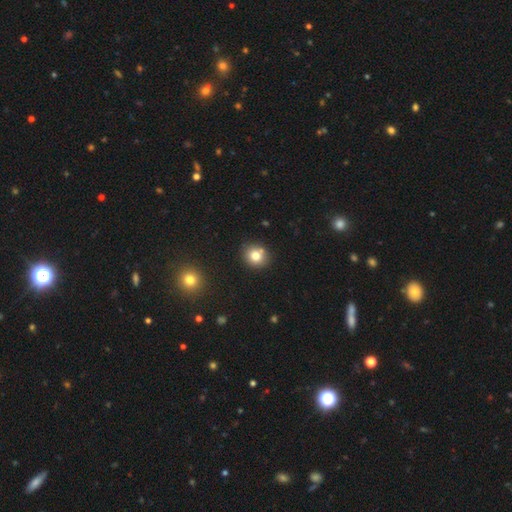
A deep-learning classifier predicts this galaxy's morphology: A smooth galaxy with no disk features (78%) that is round (85%). Merging: none (78%).